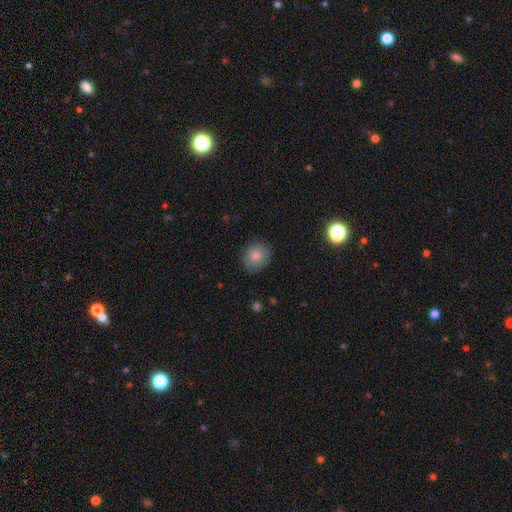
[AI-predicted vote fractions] Morphology: type=smooth (83%); roundness=round (68%); merging=none (85%).